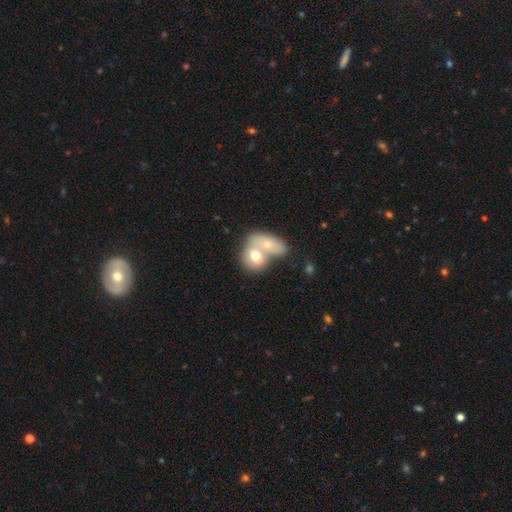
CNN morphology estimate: A smooth galaxy with no disk features (64%) that is in between round and cigar-shaped (67%). Merging: merger (75%).